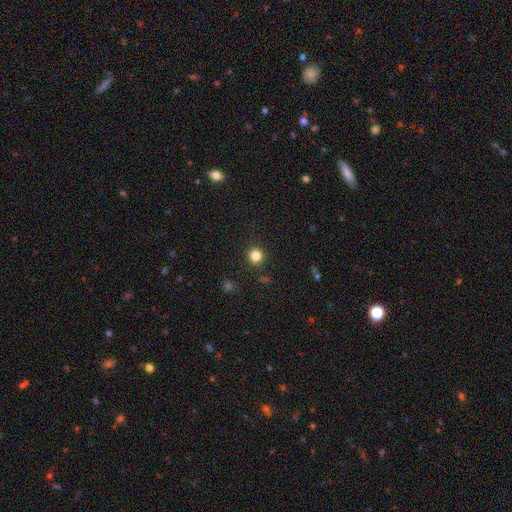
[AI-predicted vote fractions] Morphology: type=smooth (83%); roundness=round (91%); merging=none (91%).